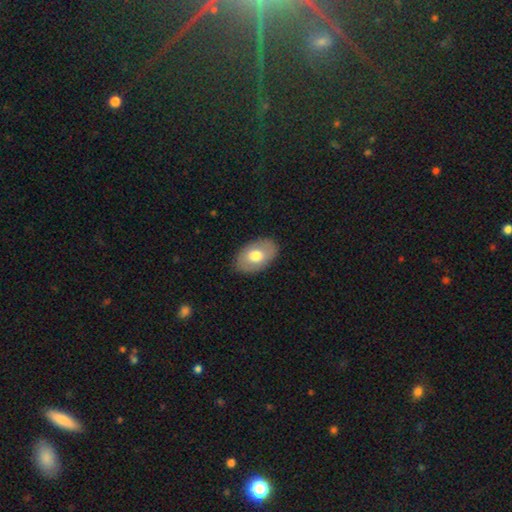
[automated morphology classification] Smooth or featured? smooth (68%)
How rounded? in between (90%)
Merging? none (85%)